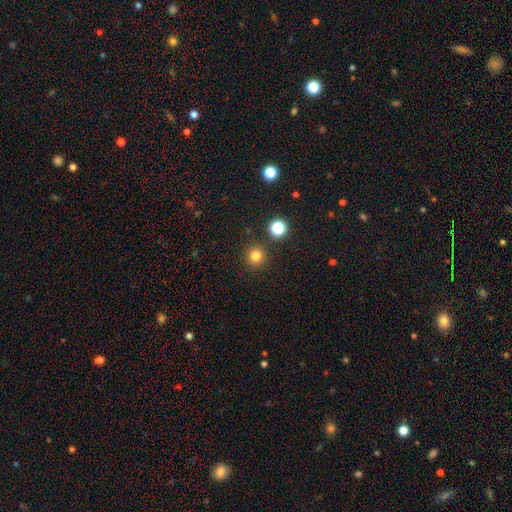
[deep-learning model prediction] The model was most divided on "smooth or featured": smooth: 79%, star or artifact: 16%, featured or disk: 5%. More confident: how rounded — round (95%); merging — none (90%).